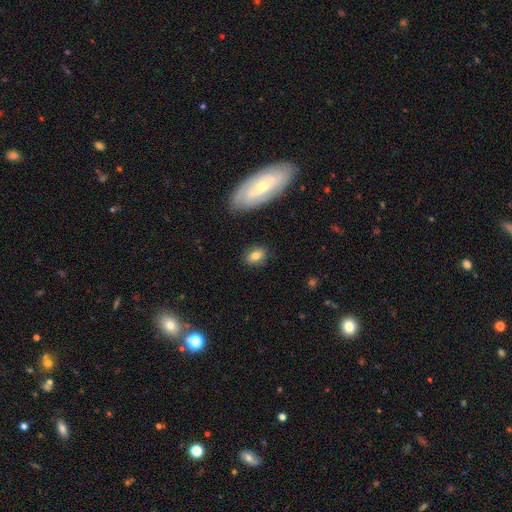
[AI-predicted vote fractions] Smooth or featured: smooth — 73% (featured or disk — 18%)
How rounded: in between — 76% (round — 21%)
Merging: none — 82% (minor disturbance — 13%)